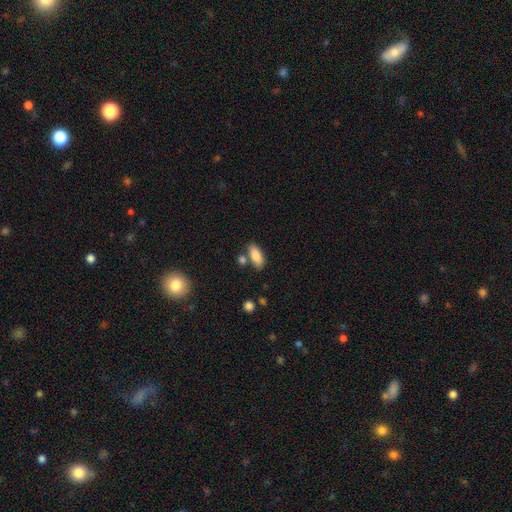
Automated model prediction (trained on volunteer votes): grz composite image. It shows a smooth galaxy with no disk features (85%) that is in between round and cigar-shaped (86%). Merging: none (69%).